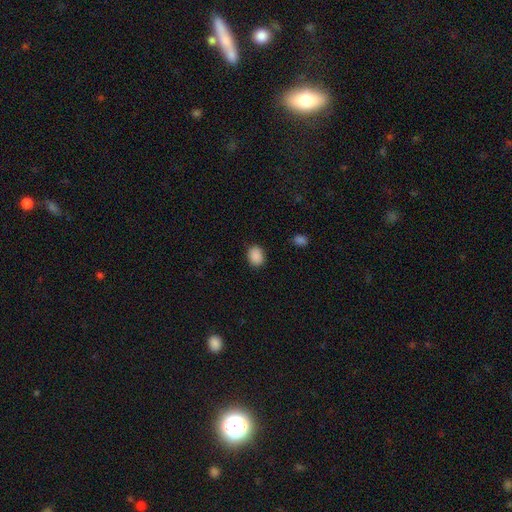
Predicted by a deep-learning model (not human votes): smooth-or-featured: smooth: 89% | star or artifact: 8% | featured or disk: 3%
  how-rounded: in between: 56% | round: 43% | cigar-shaped: 1%
  merging: none: 88% | minor disturbance: 9% | major disturbance: 2% | merger: 1%